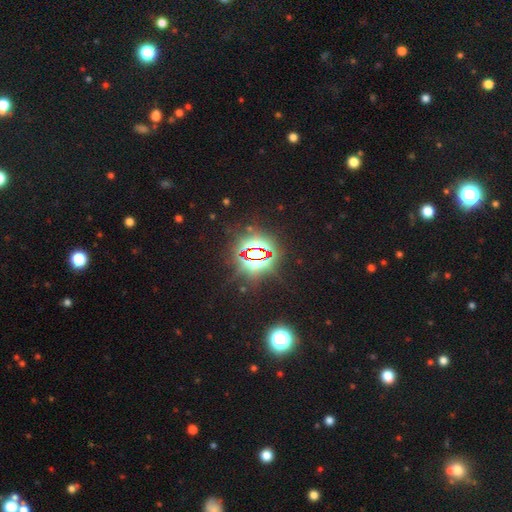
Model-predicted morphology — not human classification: Smooth or featured: star or artifact — 82% (smooth — 9%)